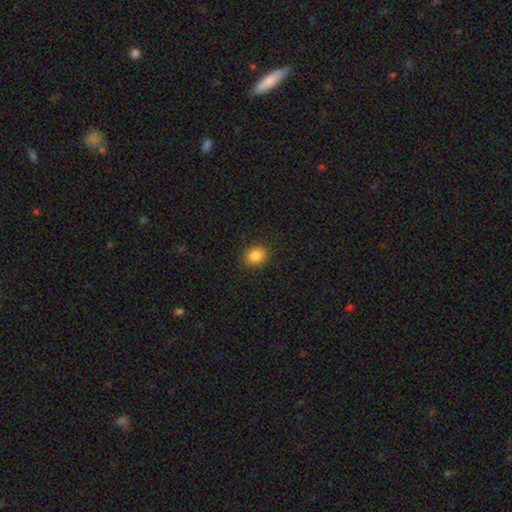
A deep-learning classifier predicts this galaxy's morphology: smooth_or_featured: smooth (p=0.86) [alt: star or artifact p=0.10]
how_rounded: round (p=0.62) [alt: in between p=0.37]
merging: none (p=0.88) [alt: minor disturbance p=0.08]